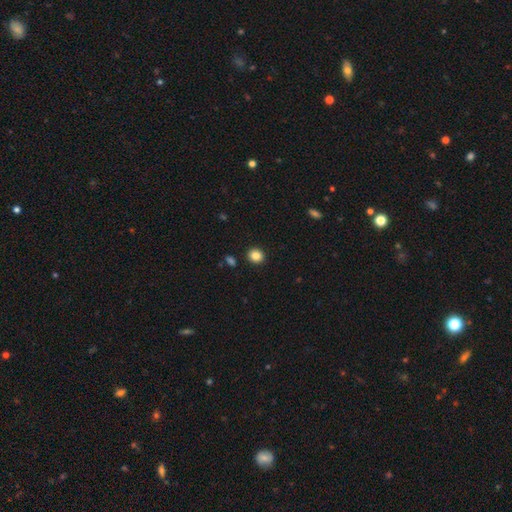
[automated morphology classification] A smooth galaxy with no disk features (84%) that is round (82%).

Vote fractions:
- Smooth or featured? smooth: 84% / star or artifact: 11% / featured or disk: 5%
- How rounded? round: 82% / in between: 17% / cigar-shaped: 1%
- Merging? none: 92% / minor disturbance: 5% / merger: 2% / major disturbance: 2%